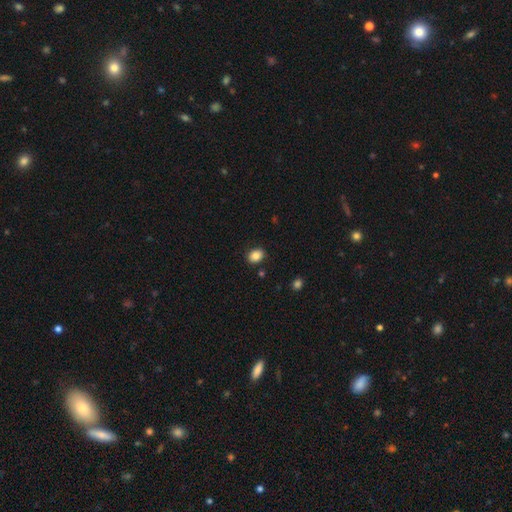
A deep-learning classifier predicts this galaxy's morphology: A smooth galaxy with no disk features (85%) that is in between round and cigar-shaped (60%).

Vote fractions:
- Smooth or featured? smooth: 85% / star or artifact: 9% / featured or disk: 6%
- How rounded? in between: 60% / round: 39% / cigar-shaped: 1%
- Merging? none: 86% / minor disturbance: 9% / major disturbance: 2% / merger: 2%